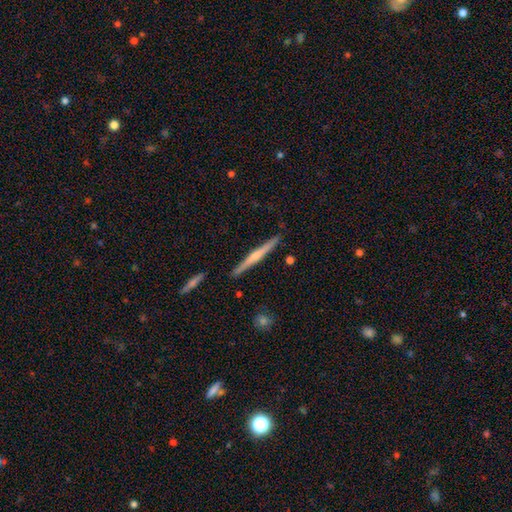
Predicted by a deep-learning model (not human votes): Smooth or featured? Predicted: featured or disk (p=0.62). Edge-on disk? Predicted: yes (p=0.98). Edge-on bulge? Predicted: rounded (p=0.57). Merging? Predicted: none (p=0.90).